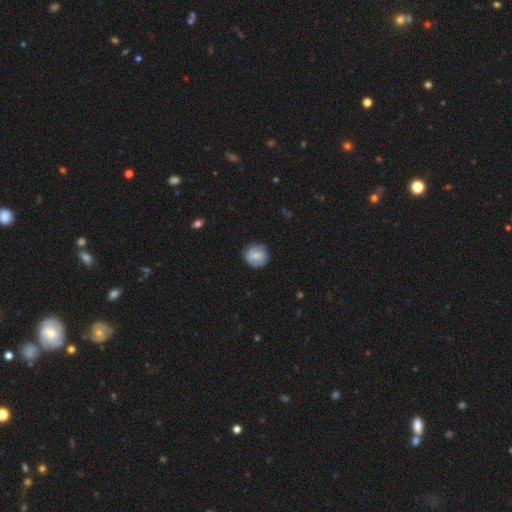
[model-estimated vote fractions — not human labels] Smooth or featured? Predicted: smooth (p=0.63). How rounded? Predicted: round (p=0.89). Merging? Predicted: none (p=0.79).